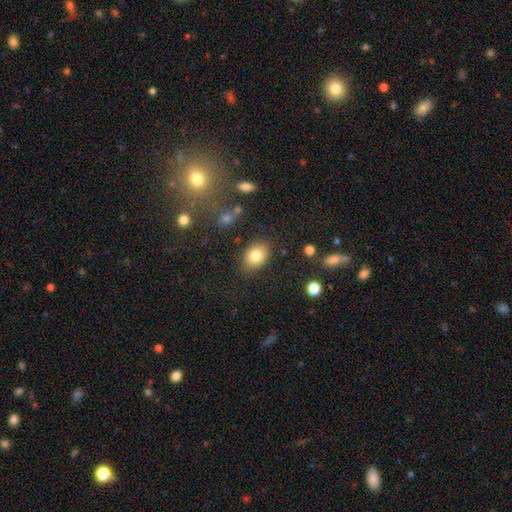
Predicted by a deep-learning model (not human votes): A smooth galaxy with no disk features (81%) that is in between round and cigar-shaped (73%). Merging: none (82%).